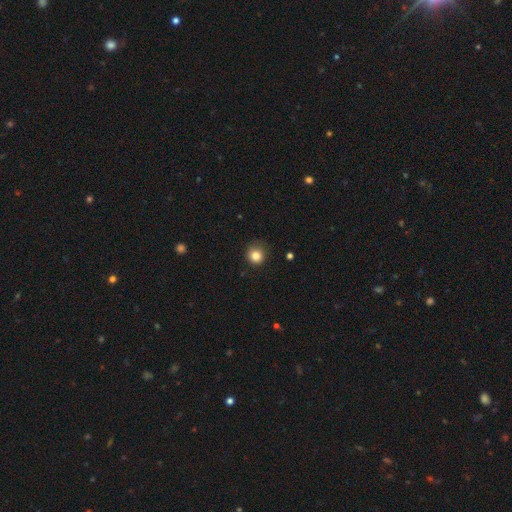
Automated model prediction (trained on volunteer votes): A smooth galaxy with no disk features (82%) that is round (90%).

Vote fractions:
- Smooth or featured? smooth: 82% / star or artifact: 12% / featured or disk: 6%
- How rounded? round: 90% / in between: 9% / cigar-shaped: 1%
- Merging? none: 79% / minor disturbance: 16% / major disturbance: 4% / merger: 1%